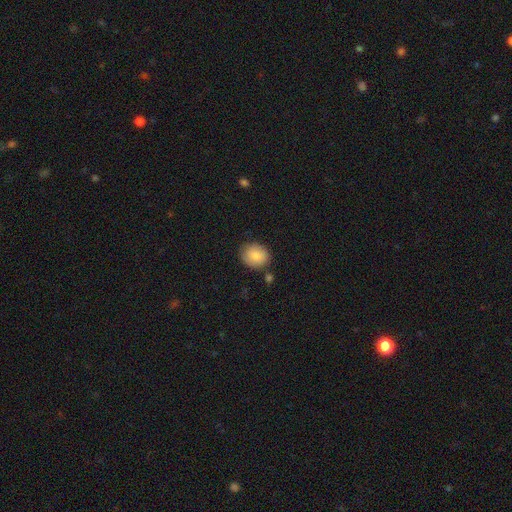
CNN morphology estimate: Q: Smooth or featured?
A: smooth (82%); runner-up: featured or disk (10%)
Q: How rounded?
A: round (67%); runner-up: in between (32%)
Q: Merging?
A: none (79%); runner-up: minor disturbance (14%)